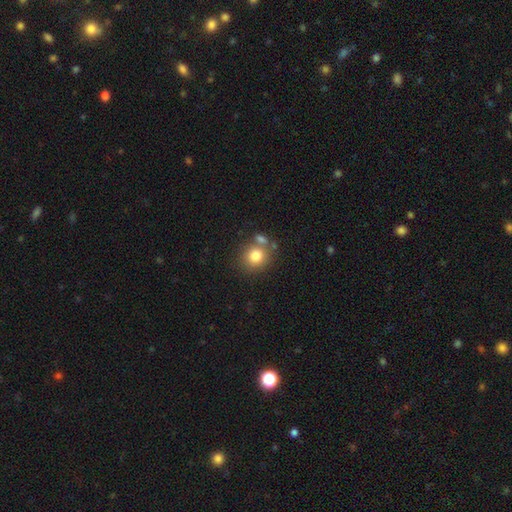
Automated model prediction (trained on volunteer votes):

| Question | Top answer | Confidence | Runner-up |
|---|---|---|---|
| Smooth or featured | smooth | 80% | star or artifact (11%) |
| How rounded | round | 80% | in between (19%) |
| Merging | none | 63% | merger (22%) |